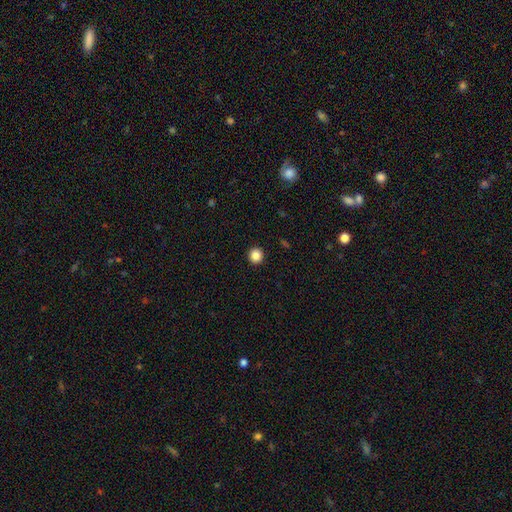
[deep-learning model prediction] smooth 86%, star or artifact 10%, featured or disk 4%. Down the decision tree: how rounded — round (94%); merging — none (94%).